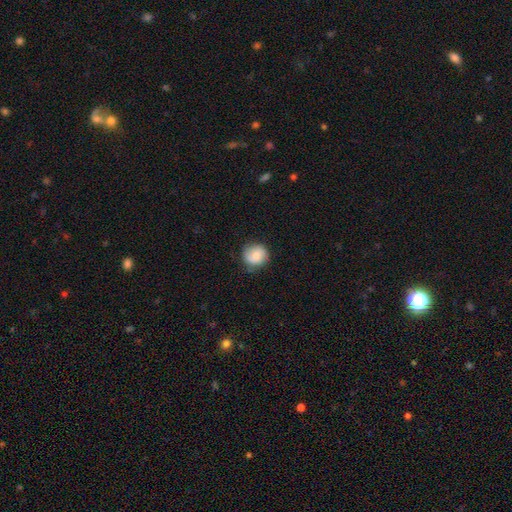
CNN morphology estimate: This appears to be a smooth galaxy with no disk features (76%) that is round (89%). Merging: none (77%).